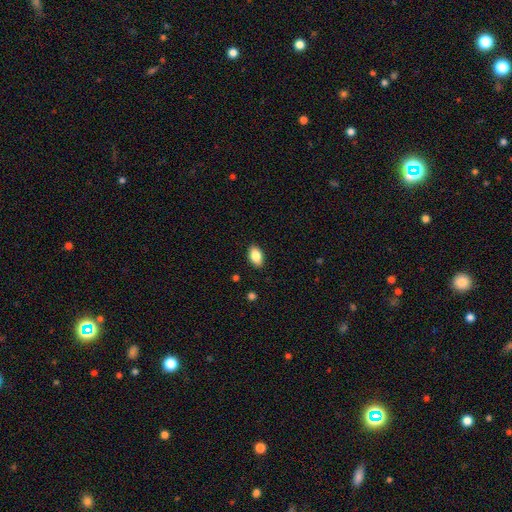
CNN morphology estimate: type=smooth (86%); roundness=in between (92%); merging=none (89%).